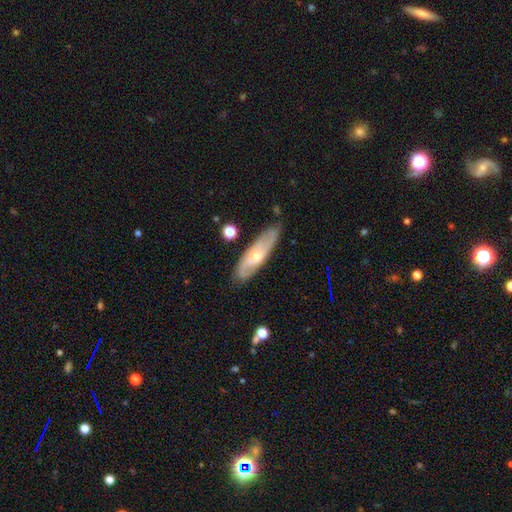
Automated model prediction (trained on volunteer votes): Morphology: type=featured or disk (62%); edge-on=no (70%); merging=none (79%).